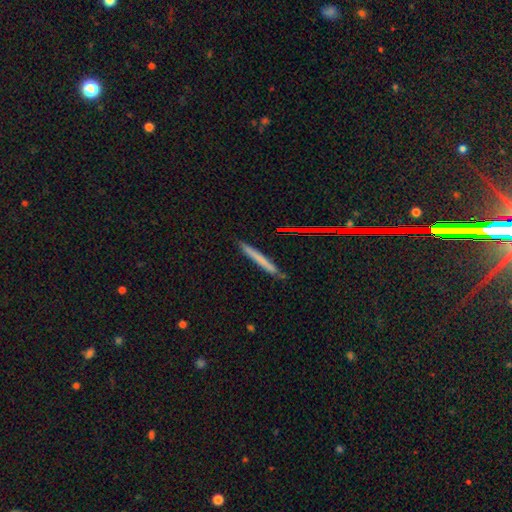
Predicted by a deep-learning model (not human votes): Morphology: type=smooth (61%); roundness=cigar-shaped (96%); merging=none (86%).